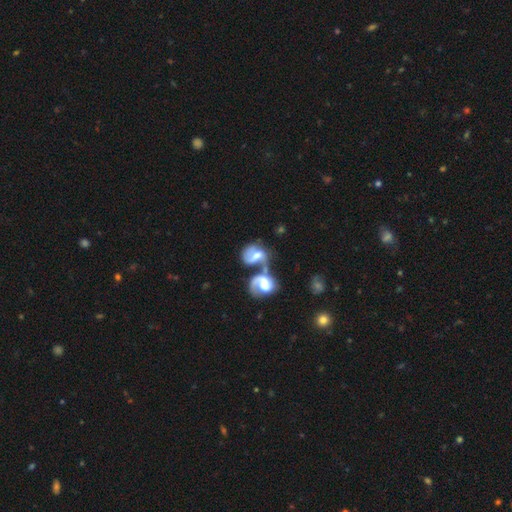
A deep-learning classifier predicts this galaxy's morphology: The model was most divided on "bar": no: 47%, weak: 38%, strong: 15%. More confident: edge-on disk — no (96%); spiral arms — yes (81%); merging — merger (66%); smooth or featured — featured or disk (61%); bulge size — moderate (52%).